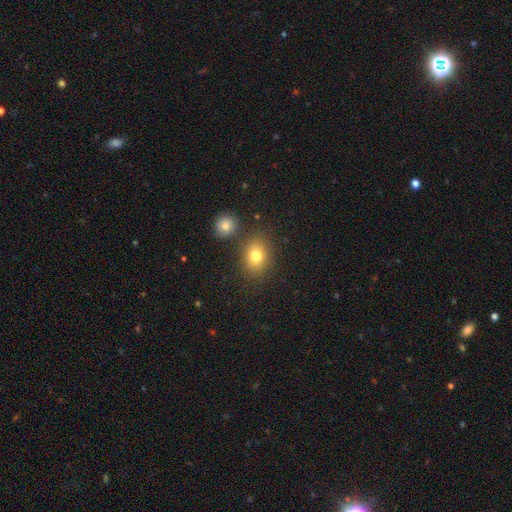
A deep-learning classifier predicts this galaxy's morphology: This is likely a smooth galaxy (79%). How rounded: possibly in between (57%). Merging: likely none (78%).